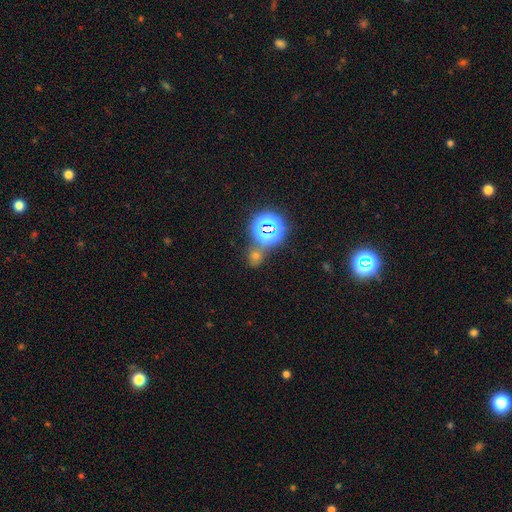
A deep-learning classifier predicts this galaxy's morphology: type=star or artifact (46%, tied with smooth).